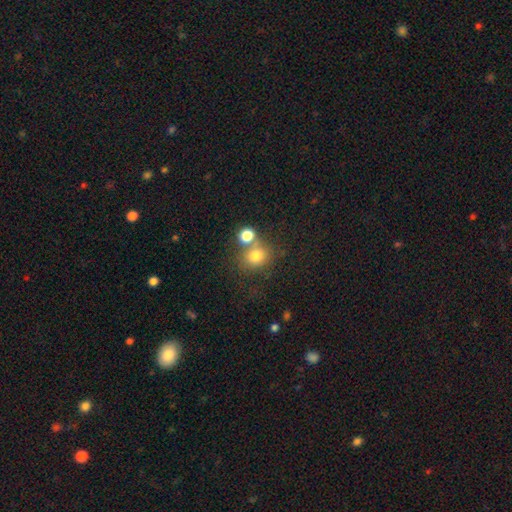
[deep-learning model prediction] A smooth galaxy with no disk features (75%) that is round (77%). Merging: none (57%).